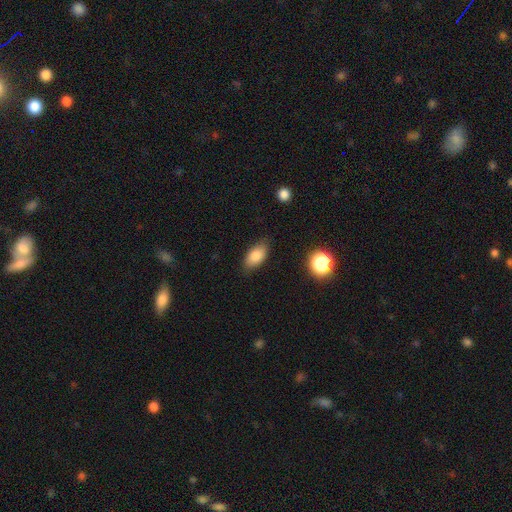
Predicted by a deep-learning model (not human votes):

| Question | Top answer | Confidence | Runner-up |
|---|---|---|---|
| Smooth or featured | smooth | 82% | featured or disk (9%) |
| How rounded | in between | 90% | round (5%) |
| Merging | none | 81% | minor disturbance (14%) |